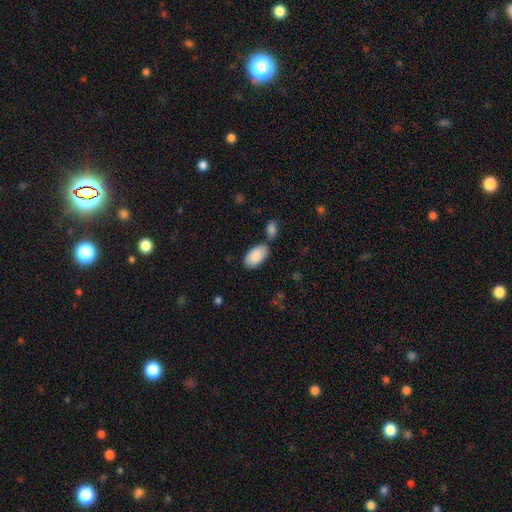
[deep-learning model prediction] A smooth galaxy with no disk features (88%) that is in between round and cigar-shaped (96%). Merging: none (62%).